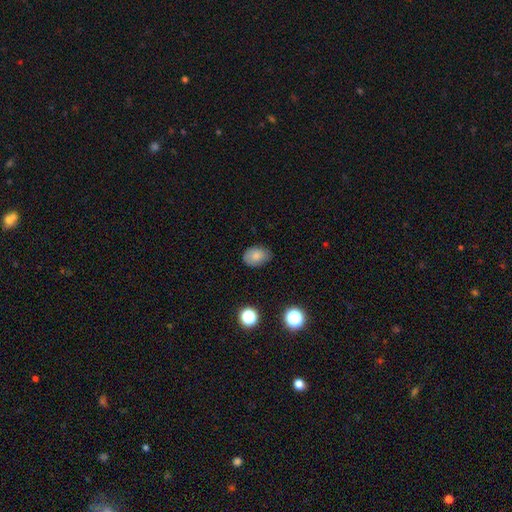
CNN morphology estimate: Smooth or featured: smooth — 80% (star or artifact — 10%)
How rounded: in between — 74% (round — 25%)
Merging: none — 74% (minor disturbance — 21%)